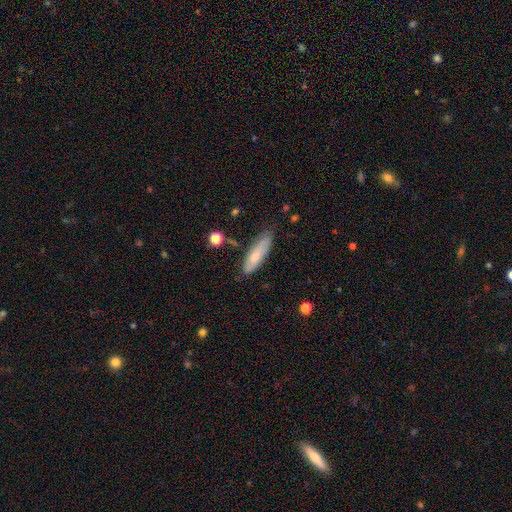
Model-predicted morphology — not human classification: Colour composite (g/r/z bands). It shows a smooth galaxy with no disk features (68%) that is cigar-shaped (60%). Merging: none (72%).